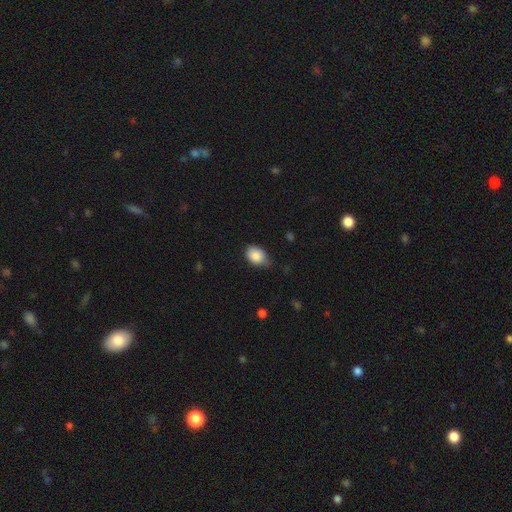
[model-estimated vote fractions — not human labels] Smooth or featured? smooth (86%)
How rounded? in between (74%)
Merging? none (56%)